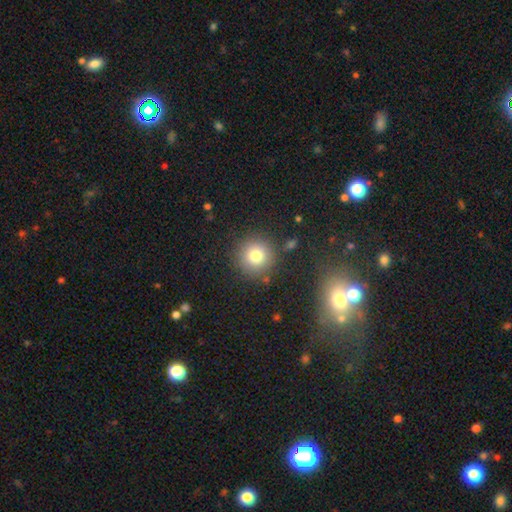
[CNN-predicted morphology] Smooth or featured?
  - smooth: 78% *
  - star or artifact: 13%
  - featured or disk: 10%
How rounded?
  - round: 94% *
  - in between: 5%
  - cigar-shaped: 1%
Merging?
  - none: 86% *
  - minor disturbance: 8%
  - major disturbance: 3%
  - merger: 3%